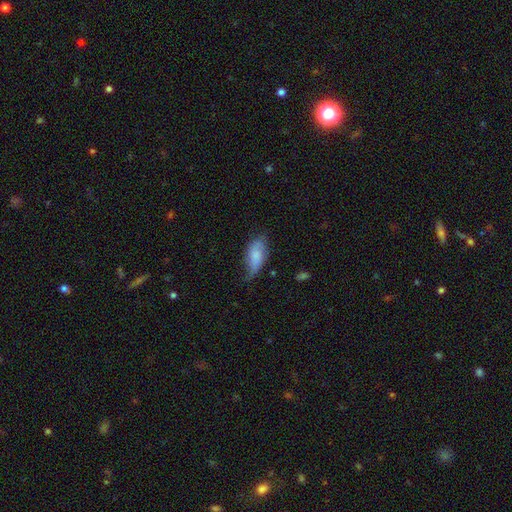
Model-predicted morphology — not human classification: This is likely a smooth galaxy (65%). How rounded: clearly in between (86%). Merging: possibly none (47%).